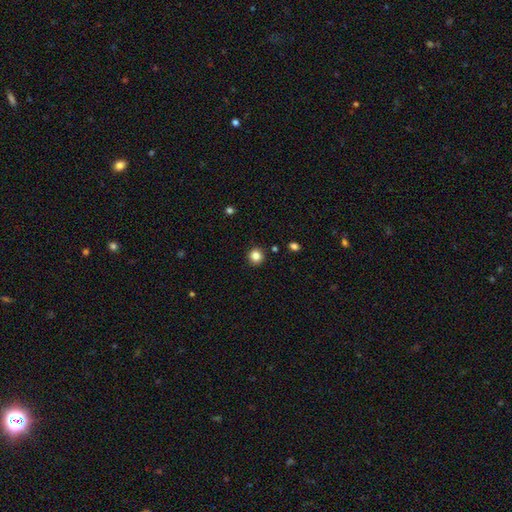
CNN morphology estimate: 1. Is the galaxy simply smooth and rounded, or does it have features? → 84% smooth, 11% star or artifact, 4% featured or disk.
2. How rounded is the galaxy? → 92% round, 7% in between, 1% cigar-shaped.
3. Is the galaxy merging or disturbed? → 92% none, 5% minor disturbance, 2% major disturbance, 2% merger.